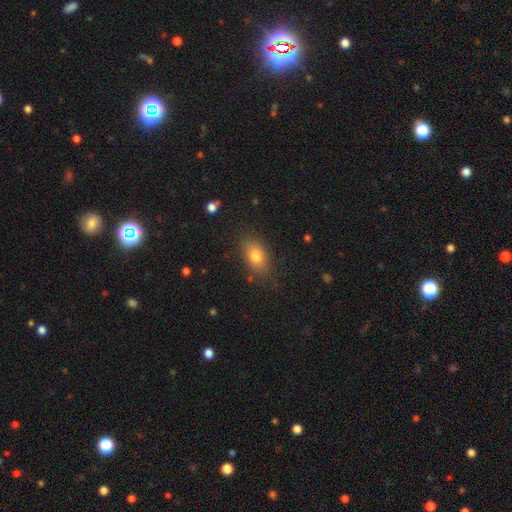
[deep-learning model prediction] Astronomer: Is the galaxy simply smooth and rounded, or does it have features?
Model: smooth — 79%.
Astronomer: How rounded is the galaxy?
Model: in between — 83%.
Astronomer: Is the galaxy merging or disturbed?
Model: none — 81%.